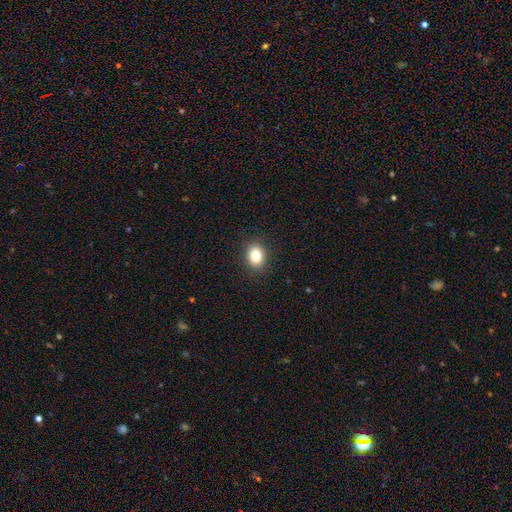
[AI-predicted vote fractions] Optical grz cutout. It shows a smooth galaxy with no disk features (82%) that is round (51%). Merging: none (90%).